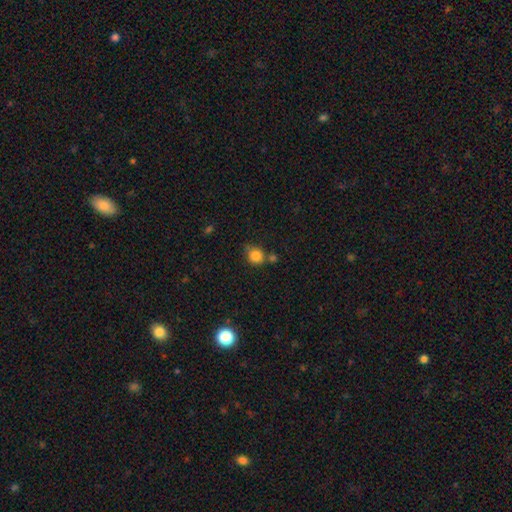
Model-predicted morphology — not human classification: Smooth or featured? Predicted: smooth (p=0.84). How rounded? Predicted: round (p=0.83). Merging? Predicted: none (p=0.63).